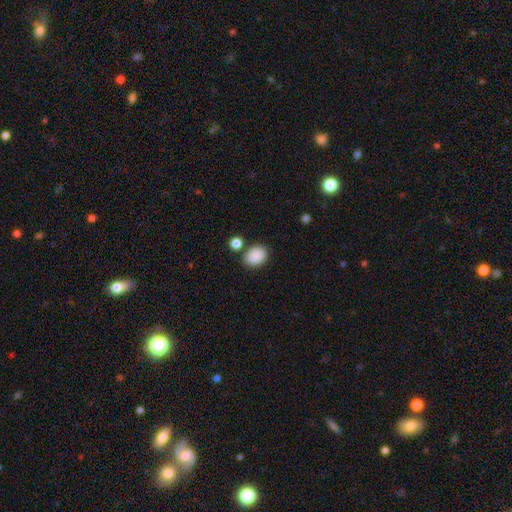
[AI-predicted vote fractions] Morphology: type=smooth (88%); roundness=in between (65%); merging=none (77%).